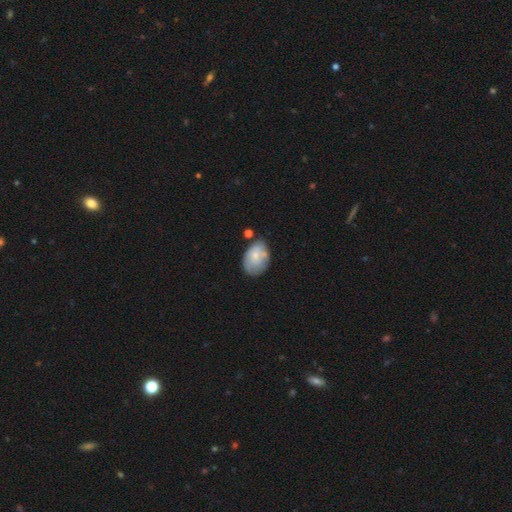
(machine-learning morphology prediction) smooth 70%, featured or disk 24%, star or artifact 6%. Down the decision tree: how rounded — in between (84%); merging — none (60%).